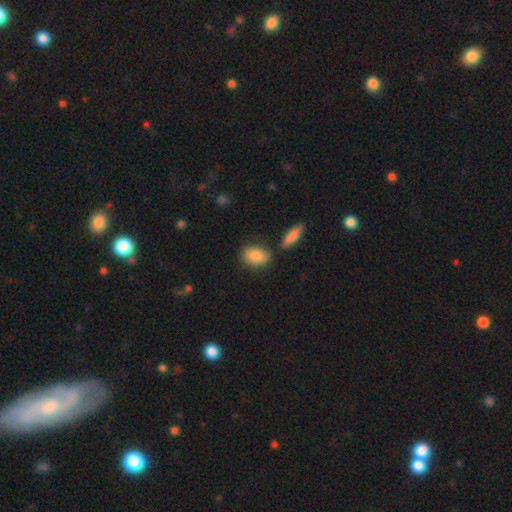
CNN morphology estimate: This is clearly a smooth galaxy (85%). How rounded: clearly in between (81%). Merging: likely none (70%).